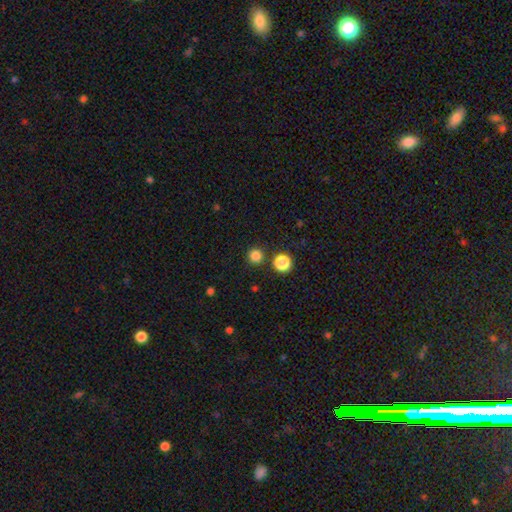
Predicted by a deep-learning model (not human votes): Morphology: type=smooth (82%); roundness=round (95%); merging=none (90%).